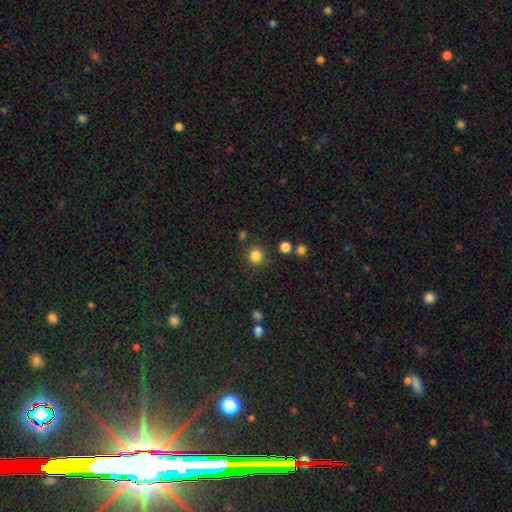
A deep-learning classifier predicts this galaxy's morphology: This is clearly a smooth galaxy (83%). How rounded: clearly round (92%). Merging: clearly none (83%).